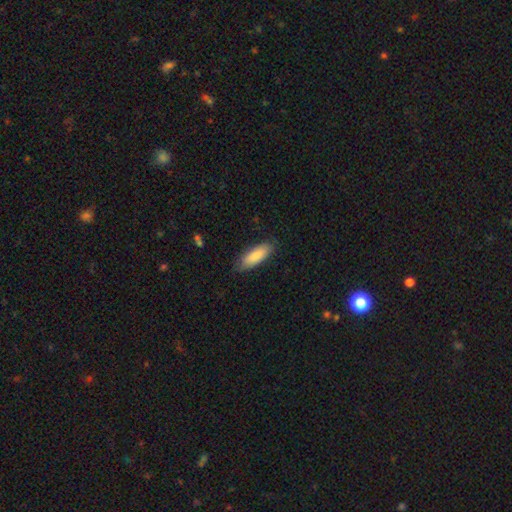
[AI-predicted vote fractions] This is clearly a smooth galaxy (85%). How rounded: likely in between (64%). Merging: clearly none (82%).